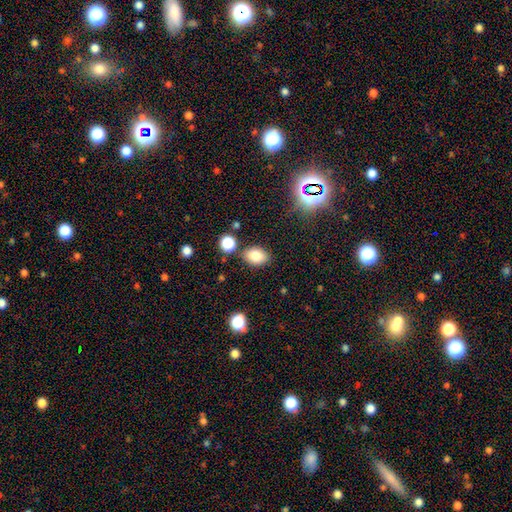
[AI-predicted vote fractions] The model was most divided on "how rounded": in between: 78%, round: 21%, cigar-shaped: 1%. More confident: smooth or featured — smooth (82%); merging — none (81%).